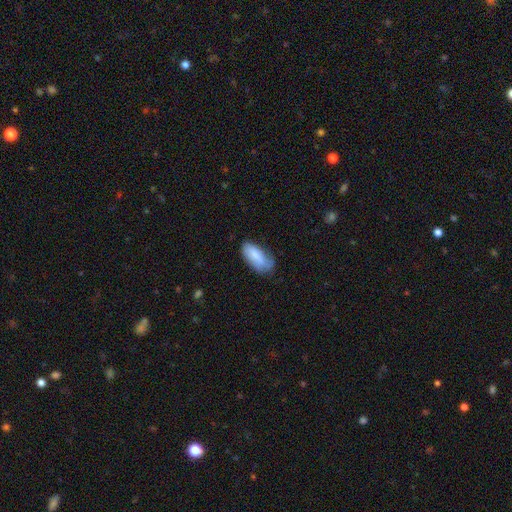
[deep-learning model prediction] A smooth galaxy with no disk features (78%) that is in between round and cigar-shaped (86%).

Vote fractions:
- Smooth or featured? smooth: 78% / featured or disk: 16% / star or artifact: 7%
- How rounded? in between: 86% / cigar-shaped: 12% / round: 2%
- Merging? none: 52% / minor disturbance: 35% / major disturbance: 11% / merger: 2%